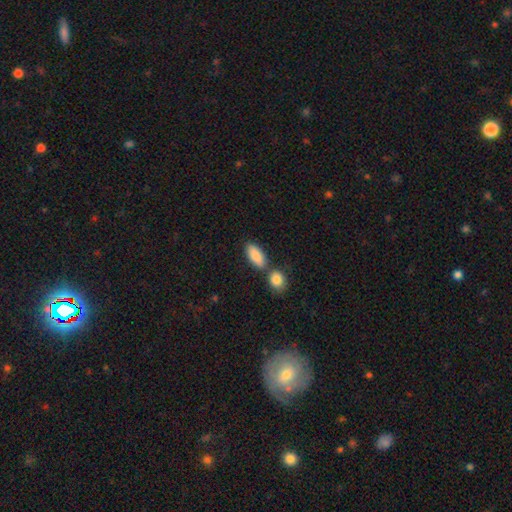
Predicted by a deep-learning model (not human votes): Overall: smooth (87%). How rounded: in between (88%). Merging: none (62%; merger 23%).